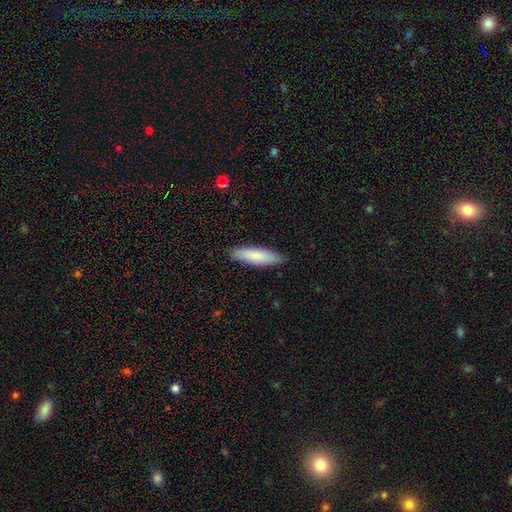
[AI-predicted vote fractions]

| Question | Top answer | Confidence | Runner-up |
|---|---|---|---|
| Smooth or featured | smooth | 82% | featured or disk (13%) |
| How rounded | cigar-shaped | 63% | in between (36%) |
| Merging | none | 87% | minor disturbance (10%) |